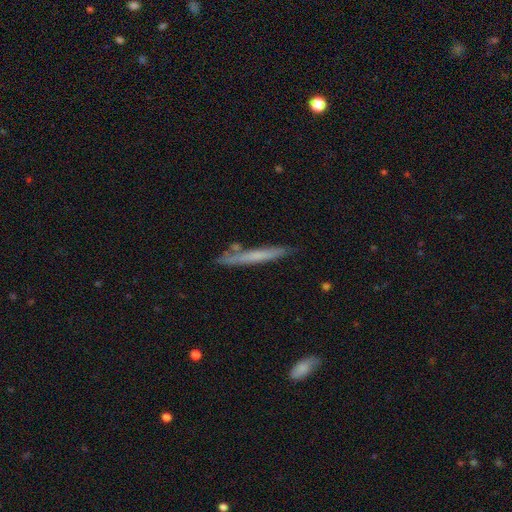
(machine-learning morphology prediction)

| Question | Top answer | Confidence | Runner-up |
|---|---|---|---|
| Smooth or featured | smooth | 55% | featured or disk (39%) |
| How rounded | cigar-shaped | 96% | in between (2%) |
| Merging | none | 81% | minor disturbance (13%) |